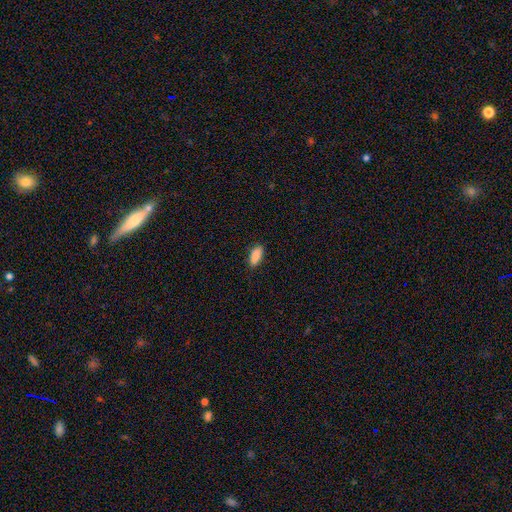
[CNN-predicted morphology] Overall: smooth (90%). How rounded: in between (84%). Merging: none (87%).